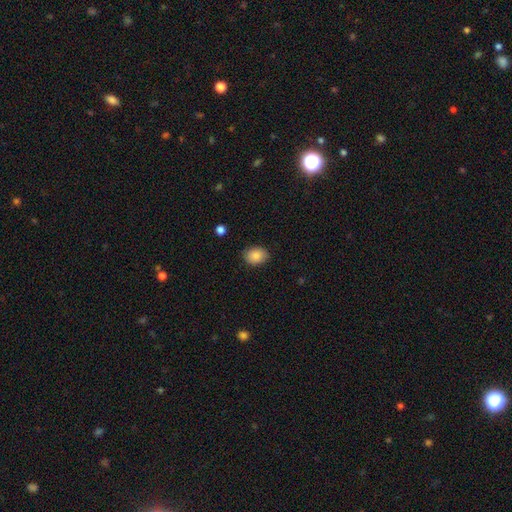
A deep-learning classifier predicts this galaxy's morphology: Smooth or featured?
  - smooth: 87% *
  - star or artifact: 8%
  - featured or disk: 5%
How rounded?
  - in between: 66% *
  - round: 33%
  - cigar-shaped: 1%
Merging?
  - none: 86% *
  - minor disturbance: 11%
  - major disturbance: 3%
  - merger: 1%